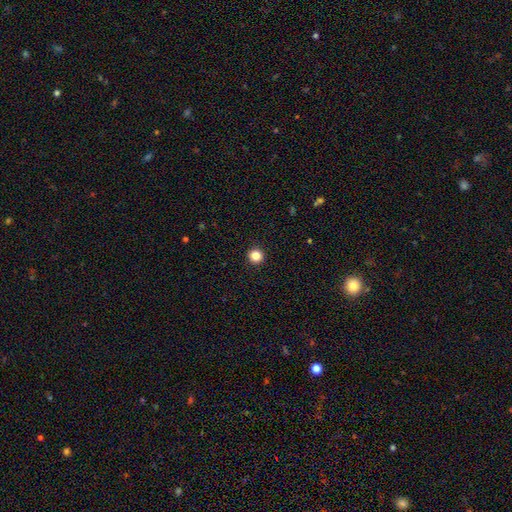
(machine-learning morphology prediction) smooth_or_featured: smooth (p=0.84) [alt: star or artifact p=0.11]
how_rounded: round (p=0.95) [alt: in between p=0.04]
merging: none (p=0.94) [alt: minor disturbance p=0.04]